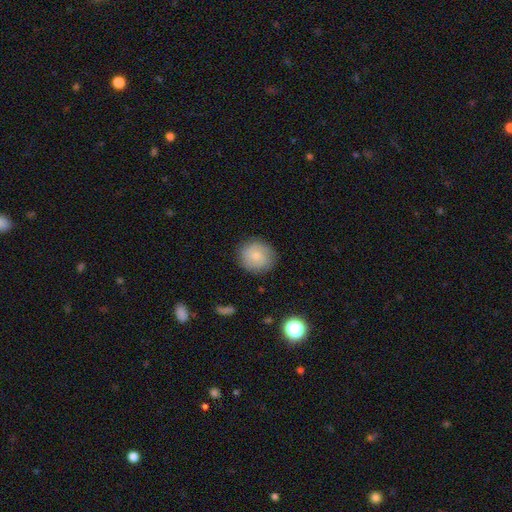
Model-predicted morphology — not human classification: Smooth or featured? Predicted: smooth (p=0.63). How rounded? Predicted: round (p=0.83). Merging? Predicted: none (p=0.83).